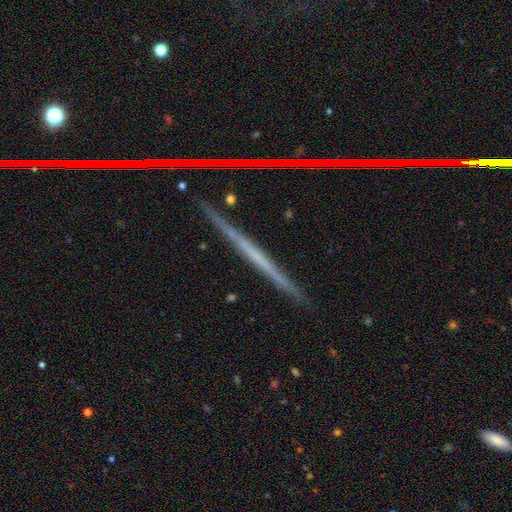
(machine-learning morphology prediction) This appears to be a featured or disk galaxy (55%) viewed edge-on (97%) with no central bulge (87%). Merging: none (90%).